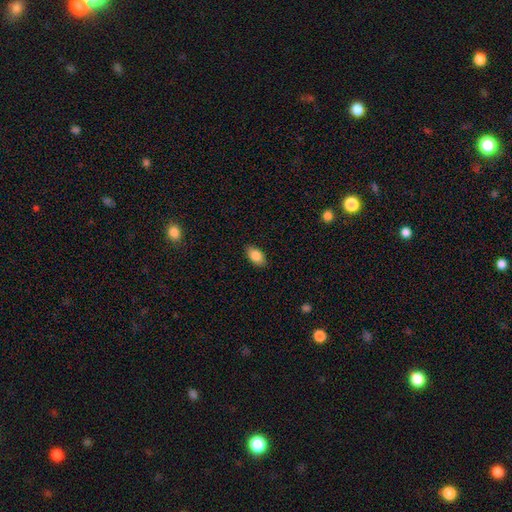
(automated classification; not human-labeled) smooth_or_featured: smooth (p=0.84) [alt: featured or disk p=0.08]
how_rounded: in between (p=0.92) [alt: round p=0.06]
merging: none (p=0.88) [alt: minor disturbance p=0.09]